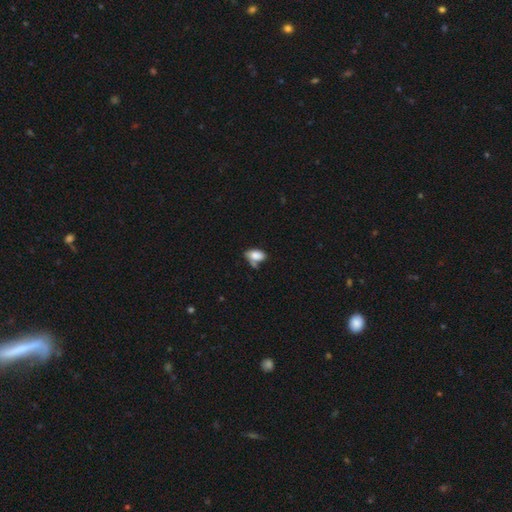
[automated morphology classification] Smooth or featured? smooth (82%)
How rounded? in between (92%)
Merging? none (46%)